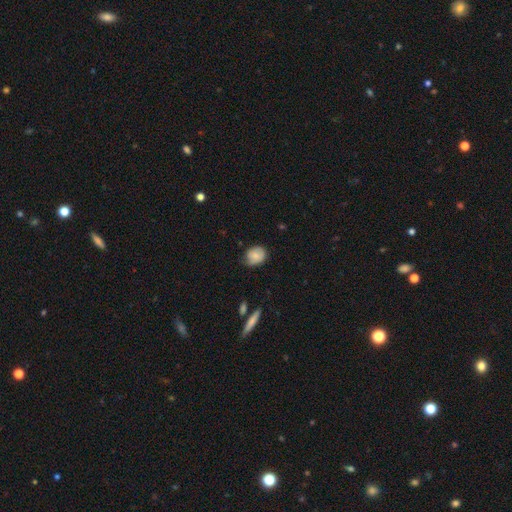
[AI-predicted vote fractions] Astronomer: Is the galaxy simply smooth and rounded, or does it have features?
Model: smooth — 74%.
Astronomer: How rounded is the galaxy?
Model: in between — 51% (runner-up: round, 48%).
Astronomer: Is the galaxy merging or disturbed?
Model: none — 63%.